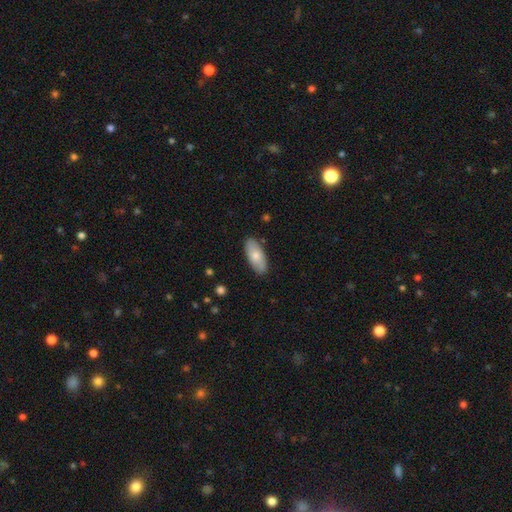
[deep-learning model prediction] Morphology: type=smooth (75%); roundness=in between (87%); merging=none (87%).